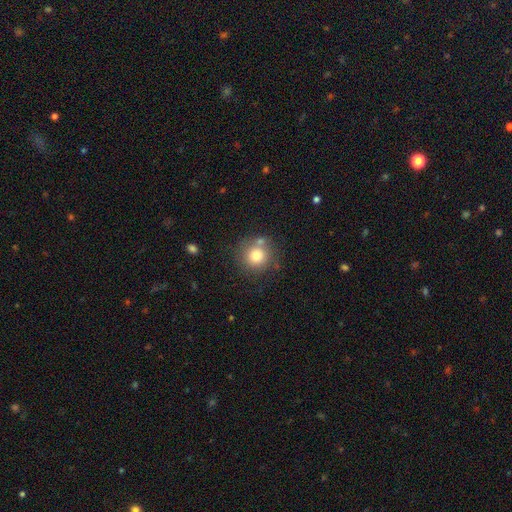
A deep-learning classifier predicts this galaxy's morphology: Smooth or featured? Predicted: smooth (p=0.77). How rounded? Predicted: round (p=0.92). Merging? Predicted: none (p=0.71).